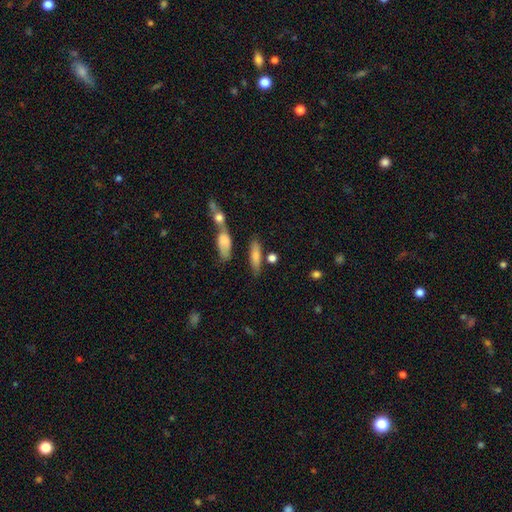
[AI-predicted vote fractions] A smooth galaxy with no disk features (75%) that is cigar-shaped (54%).

Vote fractions:
- Smooth or featured? smooth: 75% / featured or disk: 17% / star or artifact: 8%
- How rounded? cigar-shaped: 54% / in between: 42% / round: 4%
- Merging? none: 64% / merger: 20% / minor disturbance: 12% / major disturbance: 4%